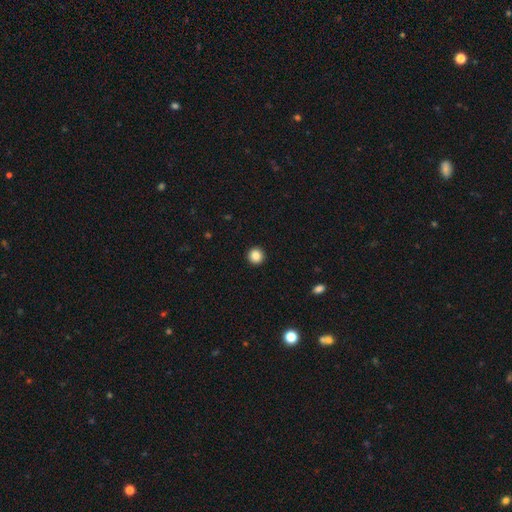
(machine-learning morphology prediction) The model was most divided on "smooth or featured": smooth: 87%, star or artifact: 10%, featured or disk: 3%. More confident: how rounded — round (95%); merging — none (94%).